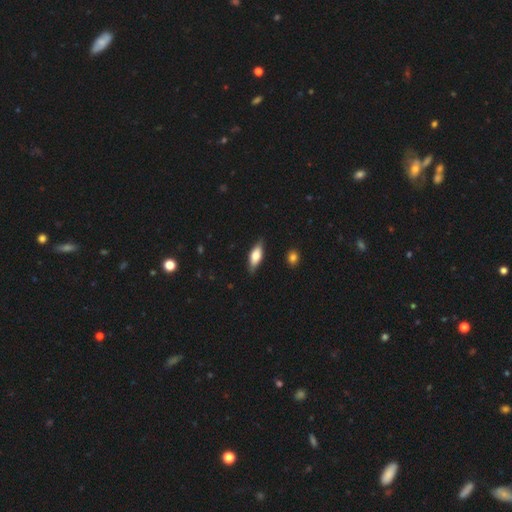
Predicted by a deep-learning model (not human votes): The model was most divided on "smooth or featured": smooth: 63%, featured or disk: 30%, star or artifact: 6%. More confident: merging — none (83%); how rounded — in between (70%).